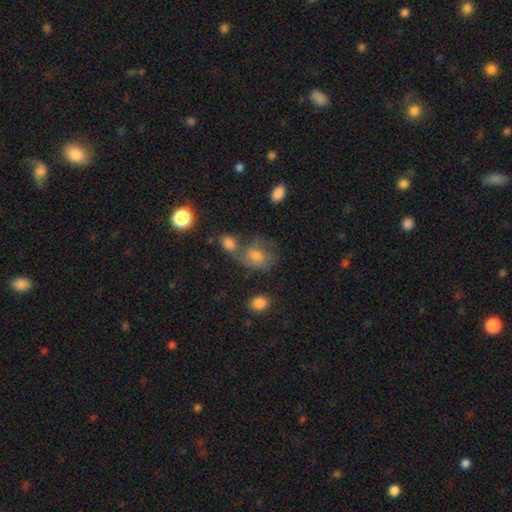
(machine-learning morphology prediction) Smooth or featured? smooth (45%)
Merging? none (41%)